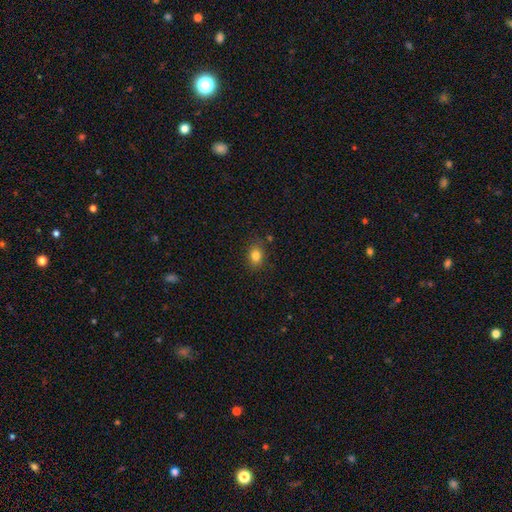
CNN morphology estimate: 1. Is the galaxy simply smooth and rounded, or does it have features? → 82% smooth, 11% star or artifact, 7% featured or disk.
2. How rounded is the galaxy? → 61% in between, 38% round, 1% cigar-shaped.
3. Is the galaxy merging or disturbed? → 82% none, 12% minor disturbance, 3% major disturbance, 2% merger.